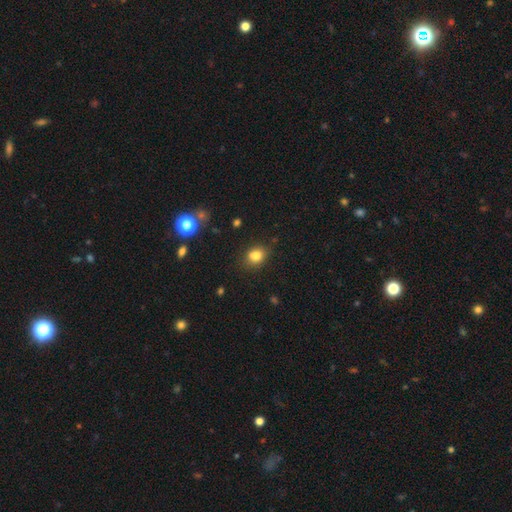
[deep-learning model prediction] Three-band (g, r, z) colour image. It shows a smooth galaxy with no disk features (81%) that is round (50%). Merging: none (73%).